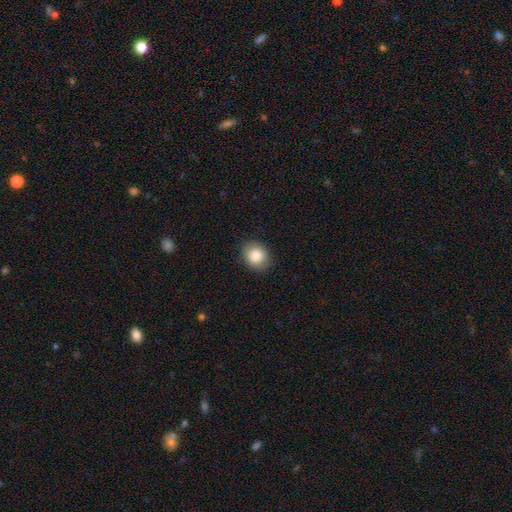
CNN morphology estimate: This is clearly a smooth galaxy (84%). How rounded: likely round (62%). Merging: clearly none (87%).